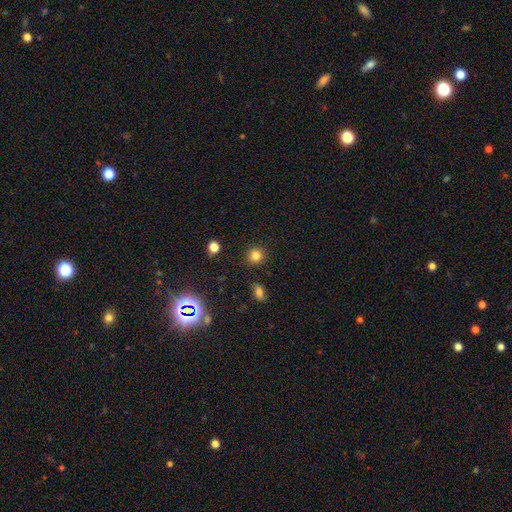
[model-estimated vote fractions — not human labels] smooth 80%, star or artifact 14%, featured or disk 5%. Down the decision tree: how rounded — round (92%); merging — none (89%).